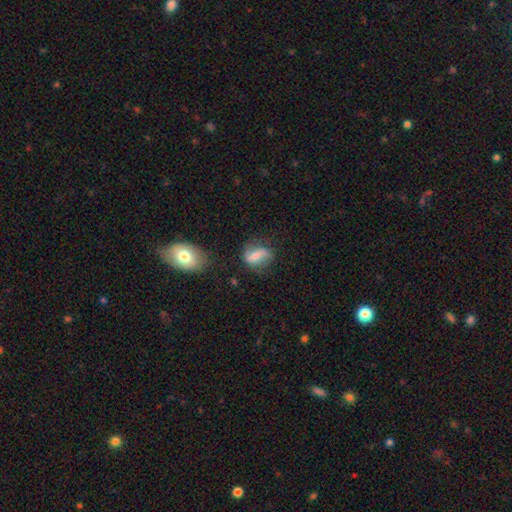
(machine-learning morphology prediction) A smooth galaxy with no disk features (46%). Merging: none (59%).